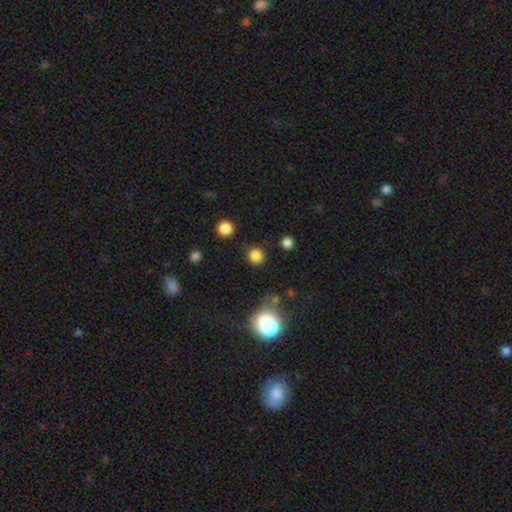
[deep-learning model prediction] The model was most divided on "smooth or featured": smooth: 81%, star or artifact: 15%, featured or disk: 4%. More confident: how rounded — round (89%); merging — none (86%).